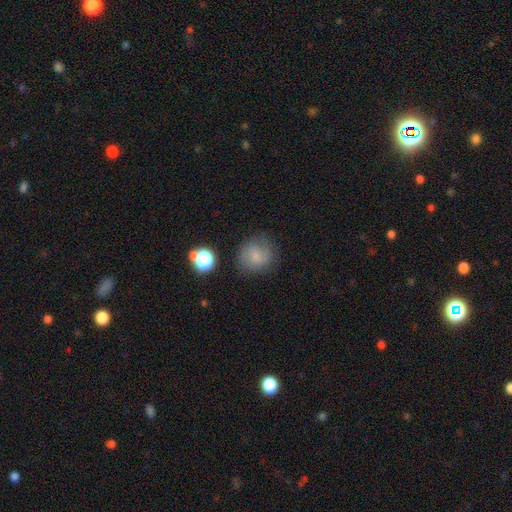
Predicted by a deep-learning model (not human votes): smooth-or-featured: smooth: 68% | featured or disk: 19% | star or artifact: 13%
  how-rounded: round: 84% | in between: 15% | cigar-shaped: 1%
  merging: none: 74% | minor disturbance: 17% | major disturbance: 6% | merger: 2%